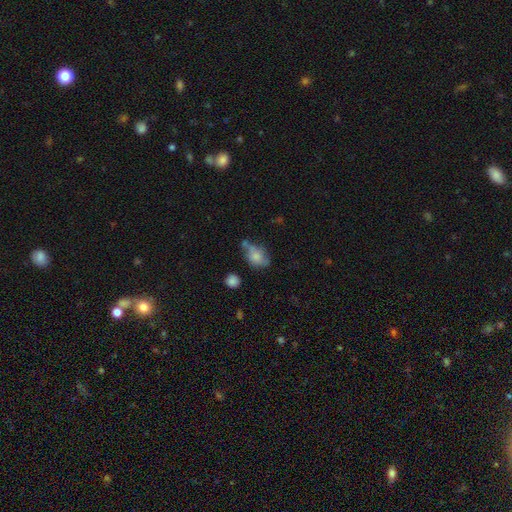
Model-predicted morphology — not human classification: type=smooth (66%); roundness=in between (73%); merging=none (37%).